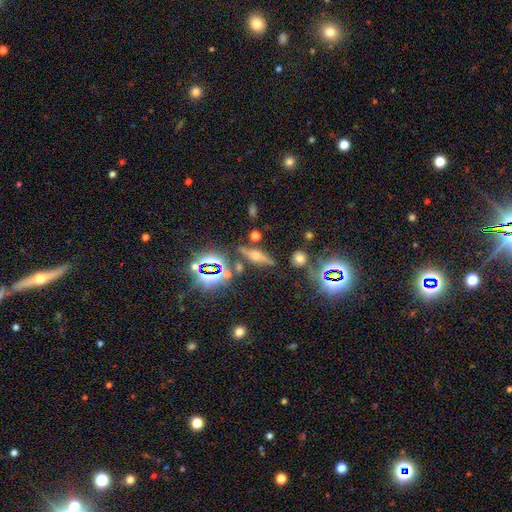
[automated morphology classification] Q: Smooth or featured?
A: featured or disk (53%); runner-up: smooth (25%)
Q: Edge-on disk?
A: yes (90%); runner-up: no (10%)
Q: Merging?
A: none (77%); runner-up: minor disturbance (13%)